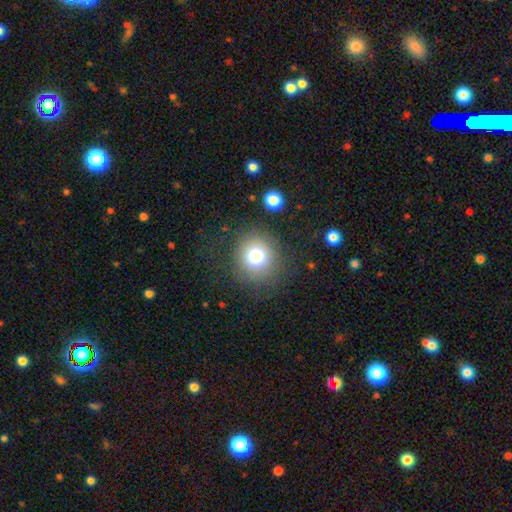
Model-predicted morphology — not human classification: This appears to be a smooth galaxy with no disk features (77%) that is round (89%). Merging: none (82%).